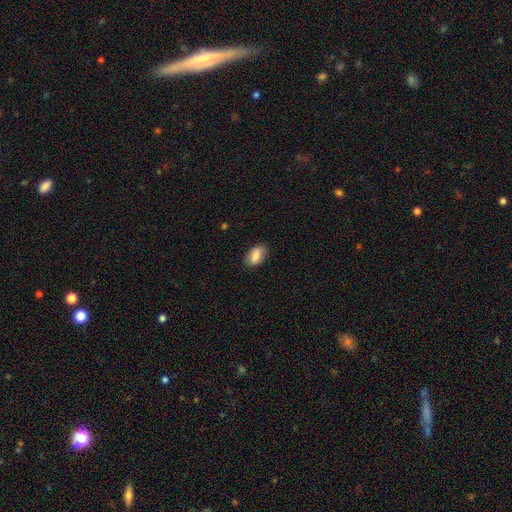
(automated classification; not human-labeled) Smooth or featured? Predicted: smooth (p=0.82). How rounded? Predicted: in between (p=0.91). Merging? Predicted: none (p=0.82).